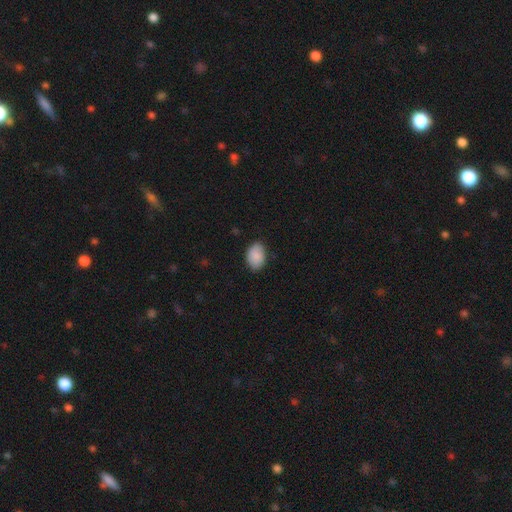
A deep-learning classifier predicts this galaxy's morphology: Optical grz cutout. It shows a smooth galaxy with no disk features (88%) that is in between round and cigar-shaped (81%). Merging: none (81%).